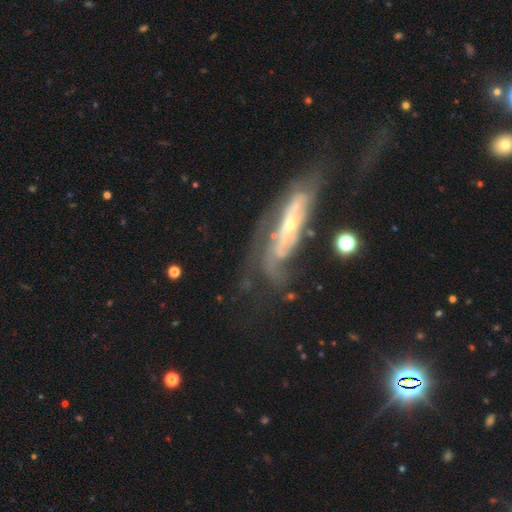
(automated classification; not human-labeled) A featured or disk galaxy (79%) with no bar (44%), spiral arms (85%) and a small central bulge (63%). Merging: none (55%).